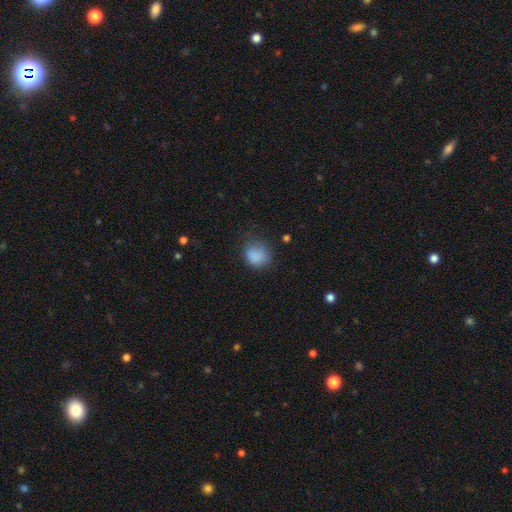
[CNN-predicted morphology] smooth 84%, star or artifact 10%, featured or disk 5%. Down the decision tree: how rounded — round (72%); merging — none (60%).